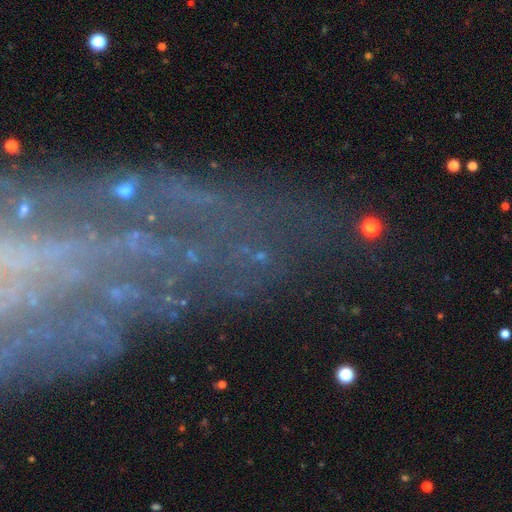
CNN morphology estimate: Overall: featured or disk (55%; star or artifact 28%). Edge-on disk: no (83%). Merging: none (61%).